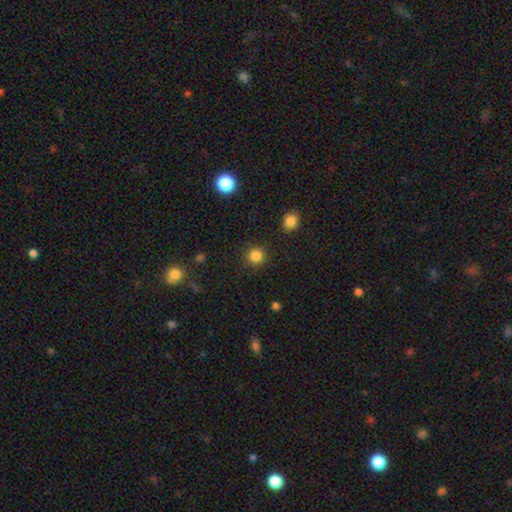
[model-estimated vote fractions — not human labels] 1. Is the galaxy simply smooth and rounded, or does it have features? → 84% smooth, 13% star or artifact, 4% featured or disk.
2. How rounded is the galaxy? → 94% round, 5% in between, 1% cigar-shaped.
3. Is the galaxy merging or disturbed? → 90% none, 6% minor disturbance, 2% major disturbance, 2% merger.